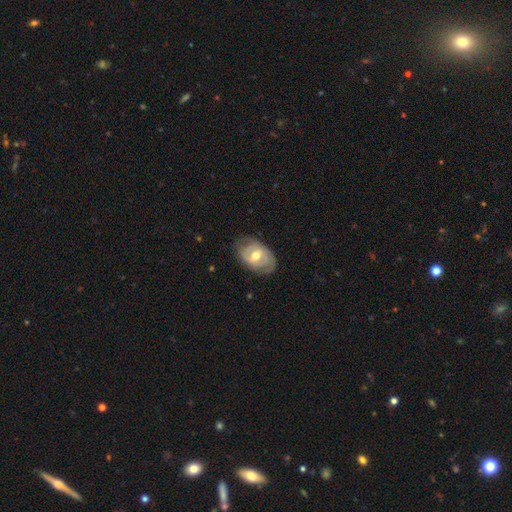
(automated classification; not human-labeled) Smooth or featured: featured or disk — 73% (smooth — 22%)
Edge-on disk: no — 95% (yes — 5%)
Bar: weak — 46% (no — 37%)
Spiral arms: yes — 77% (no — 23%)
Spiral winding: tight — 58% (medium — 31%)
Spiral arm count: 2 — 59% (can't tell — 26%)
Bulge size: moderate — 77% (small — 14%)
Merging: none — 73% (minor disturbance — 20%)